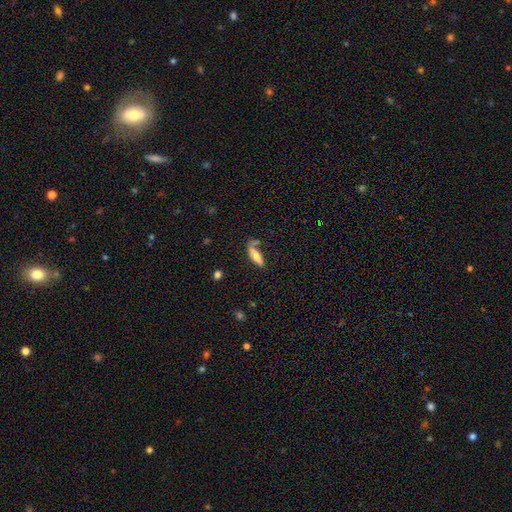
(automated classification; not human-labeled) Overall: smooth (64%; featured or disk 29%). How rounded: cigar-shaped (59%; in between 39%). Merging: none (62%).